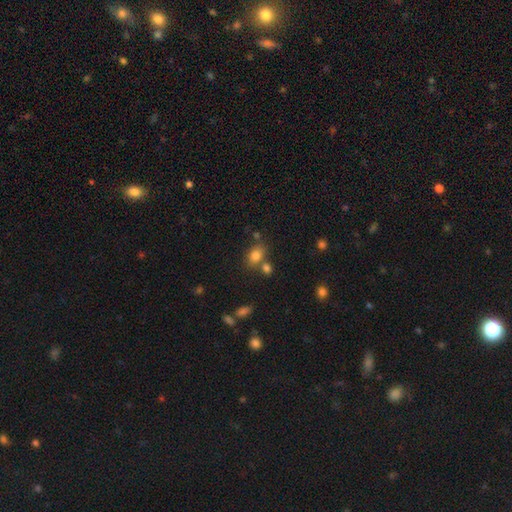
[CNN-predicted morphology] Smooth or featured: smooth — 80% (star or artifact — 12%)
How rounded: in between — 72% (round — 27%)
Merging: none — 62% (merger — 20%)